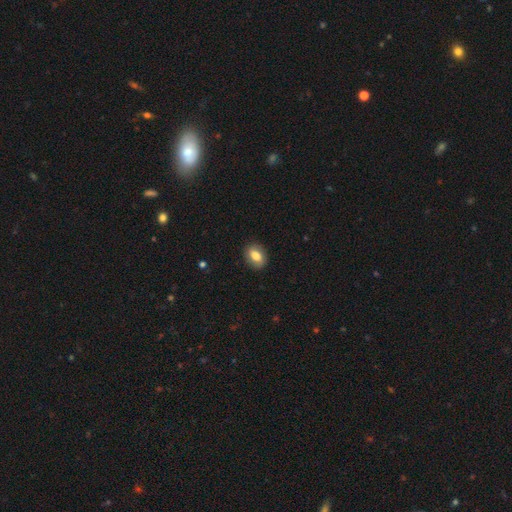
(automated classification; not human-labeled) Smooth or featured? Predicted: smooth (p=0.80). How rounded? Predicted: in between (p=0.68). Merging? Predicted: none (p=0.88).